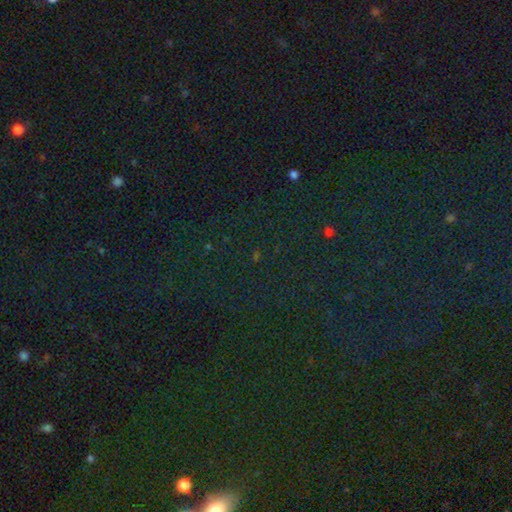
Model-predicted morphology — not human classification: A star or artifact, not a galaxy (79%).

Vote fractions:
- Smooth or featured? star or artifact: 79% / smooth: 14% / featured or disk: 8%